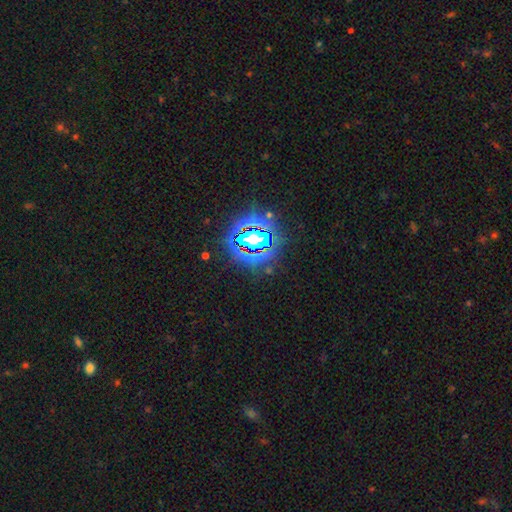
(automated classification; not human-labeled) Morphology: type=star or artifact (83%).